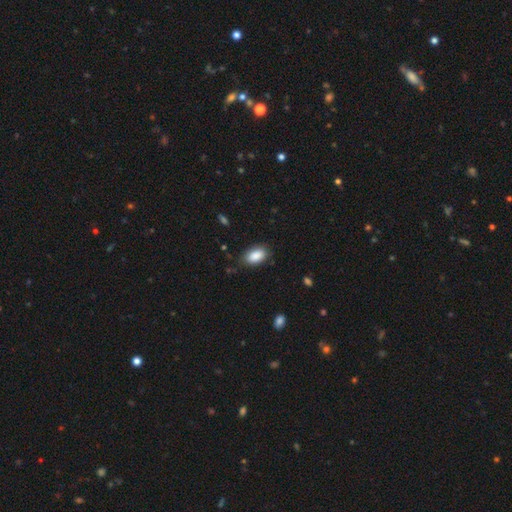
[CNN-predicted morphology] Smooth or featured? Predicted: smooth (p=0.89). How rounded? Predicted: in between (p=0.93). Merging? Predicted: none (p=0.80).